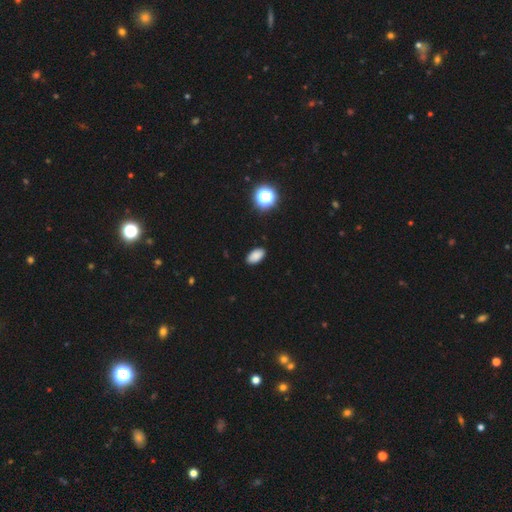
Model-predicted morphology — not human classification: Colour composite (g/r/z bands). It shows a smooth galaxy with no disk features (84%) that is in between round and cigar-shaped (93%). Merging: none (88%).